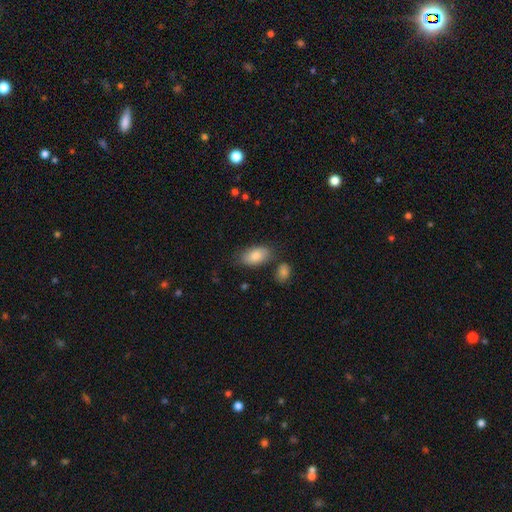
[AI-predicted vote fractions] Smooth or featured? smooth (82%)
How rounded? in between (93%)
Merging? none (74%)